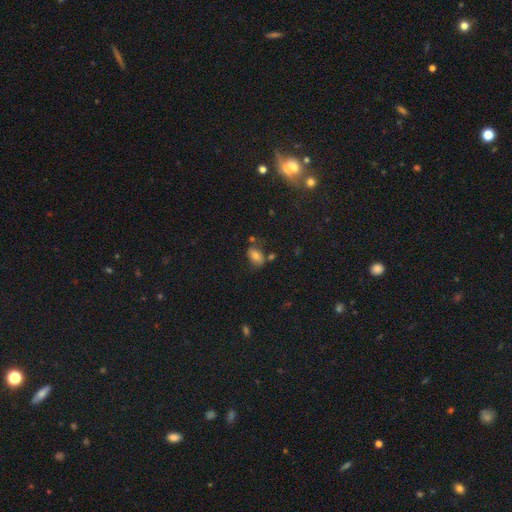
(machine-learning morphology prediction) Q: Smooth or featured?
A: smooth (72%); runner-up: featured or disk (15%)
Q: How rounded?
A: in between (86%); runner-up: round (12%)
Q: Merging?
A: none (65%); runner-up: minor disturbance (19%)